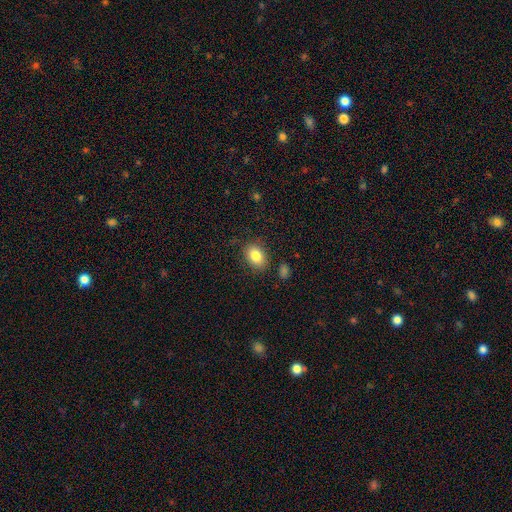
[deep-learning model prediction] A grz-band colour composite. It shows a smooth galaxy with no disk features (83%) that is in between round and cigar-shaped (79%). Merging: none (82%).